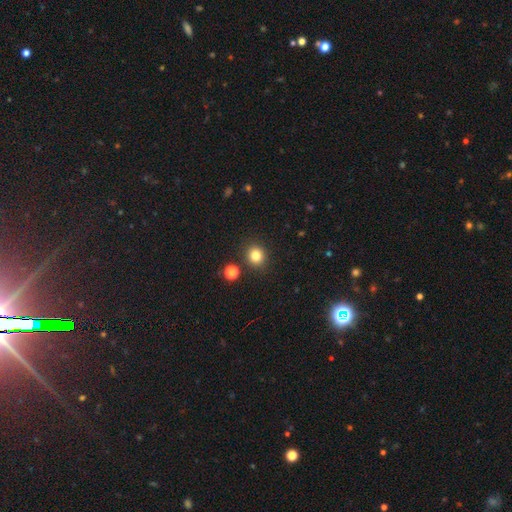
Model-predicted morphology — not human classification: A smooth galaxy with no disk features (82%) that is round (87%). Merging: none (88%).